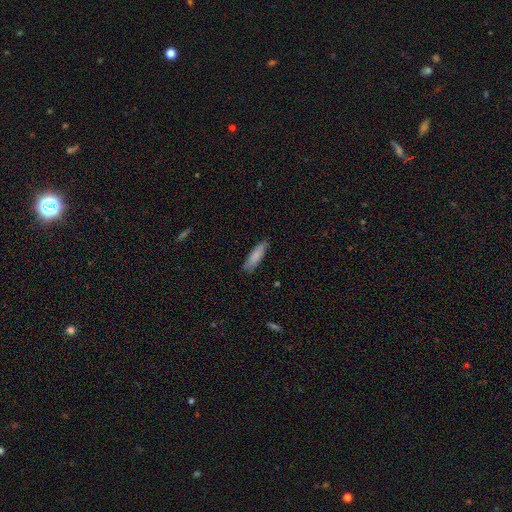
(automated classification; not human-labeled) The model was most divided on "how rounded": cigar-shaped: 62%, in between: 37%, round: 1%. More confident: smooth or featured — smooth (83%); merging — none (81%).